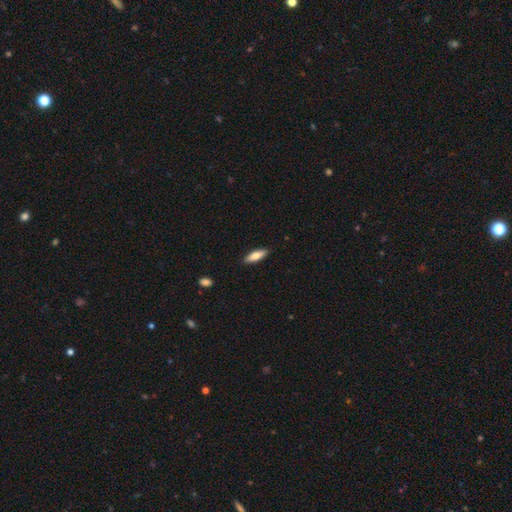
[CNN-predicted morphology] Smooth or featured? Predicted: smooth (p=0.70). How rounded? Predicted: in between (p=0.50). Merging? Predicted: none (p=0.89).